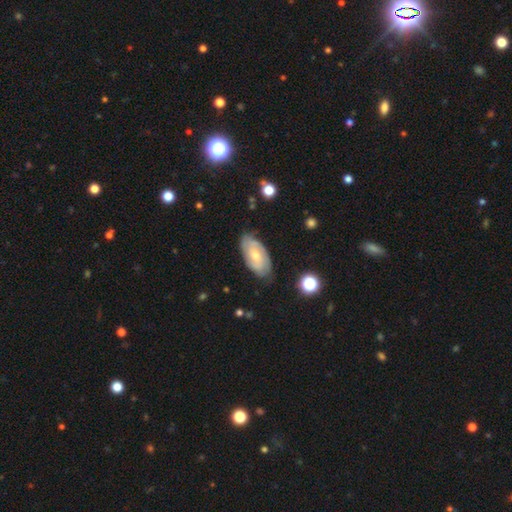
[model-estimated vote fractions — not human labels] A featured or disk galaxy (53%). Merging: none (74%).